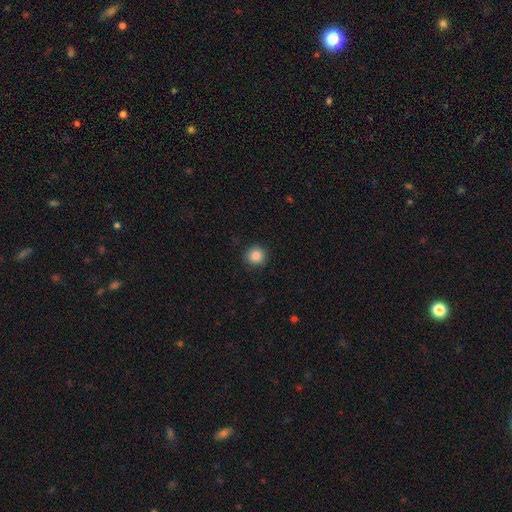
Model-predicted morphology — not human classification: Q: Smooth or featured?
A: smooth (86%); runner-up: star or artifact (10%)
Q: How rounded?
A: round (94%); runner-up: in between (5%)
Q: Merging?
A: none (90%); runner-up: minor disturbance (7%)